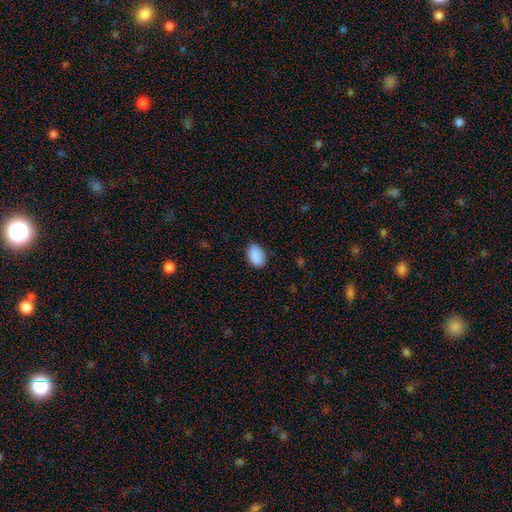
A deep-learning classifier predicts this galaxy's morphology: Q: Smooth or featured?
A: smooth (91%); runner-up: star or artifact (6%)
Q: How rounded?
A: in between (91%); runner-up: round (8%)
Q: Merging?
A: none (86%); runner-up: minor disturbance (11%)